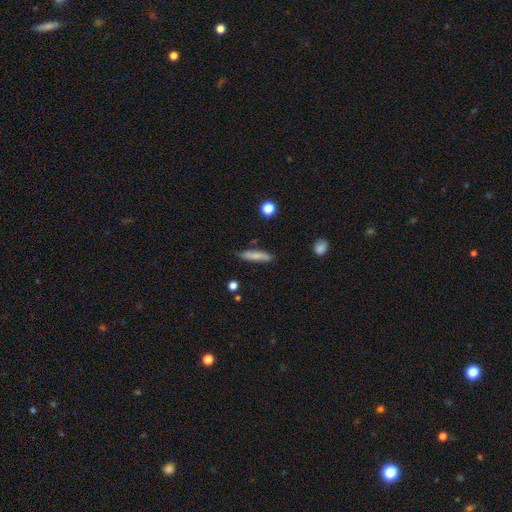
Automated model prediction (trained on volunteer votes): A smooth galaxy with no disk features (73%) that is cigar-shaped (79%). Merging: none (76%).